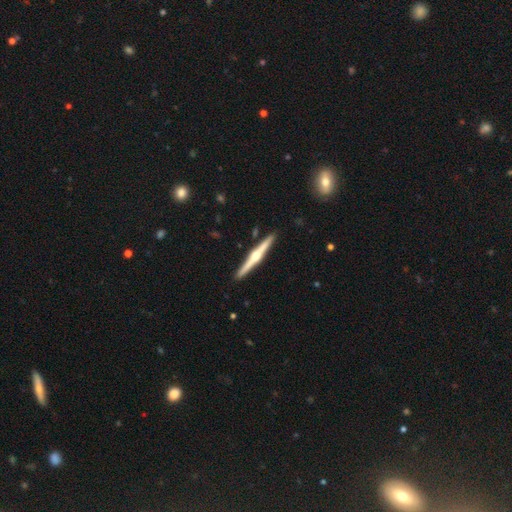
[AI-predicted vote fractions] Overall: featured or disk (79%). Edge-on disk: yes (99%). Edge-on bulge: rounded (92%). Merging: none (92%).